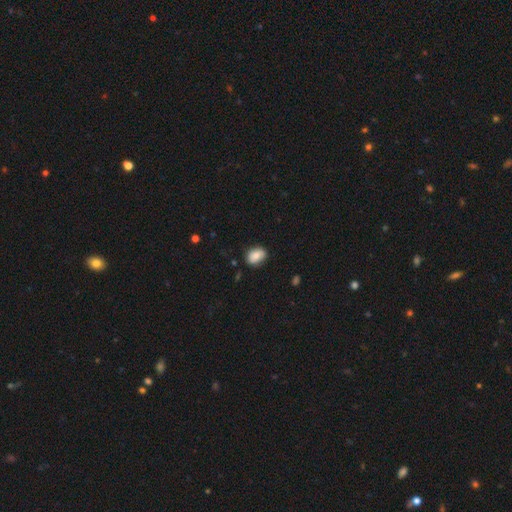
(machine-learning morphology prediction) This is likely a smooth galaxy (79%). How rounded: likely in between (75%). Merging: likely none (80%).